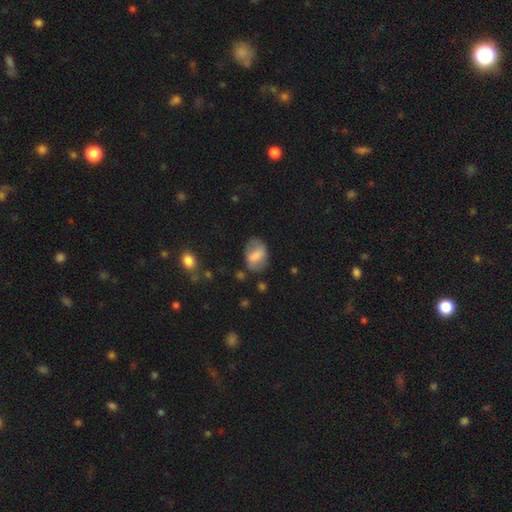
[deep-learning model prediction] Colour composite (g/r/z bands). It shows a smooth galaxy with no disk features (64%) that is in between round and cigar-shaped (78%). Merging: none (64%).